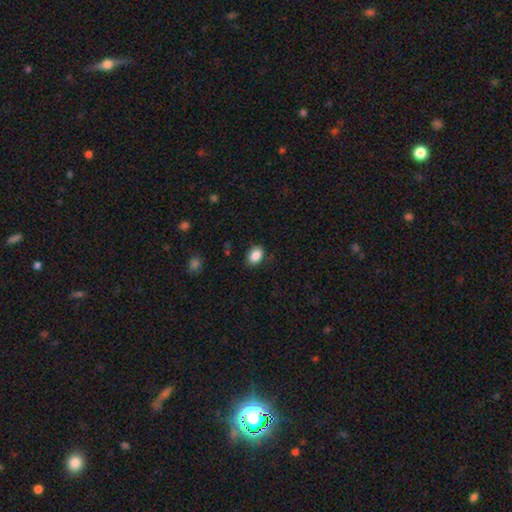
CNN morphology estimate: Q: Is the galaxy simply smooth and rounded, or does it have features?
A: smooth — 87%.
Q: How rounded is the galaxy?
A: in between — 73%.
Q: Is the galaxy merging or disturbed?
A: none — 85%.